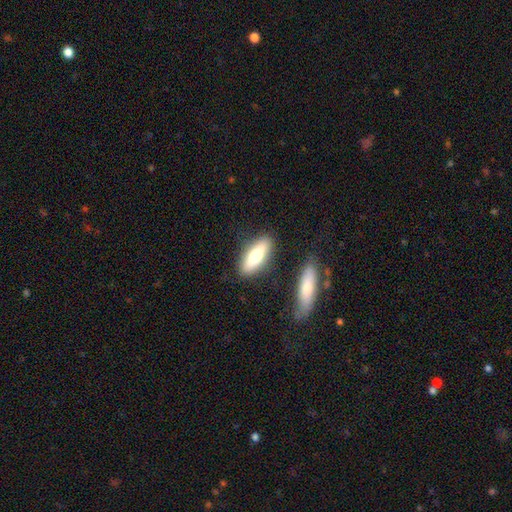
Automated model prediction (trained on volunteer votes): Morphology: type=smooth (66%); roundness=in between (62%); merging=none (82%).